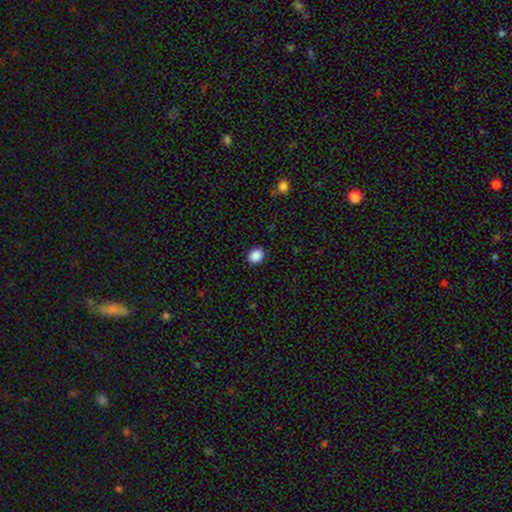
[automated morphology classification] Smooth or featured? Predicted: smooth (p=0.88). How rounded? Predicted: round (p=0.58). Merging? Predicted: none (p=0.90).